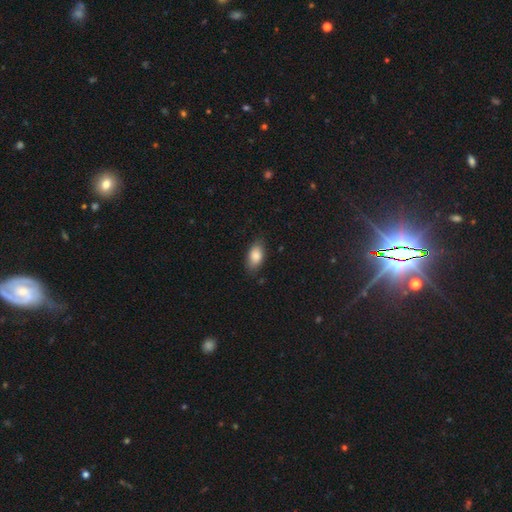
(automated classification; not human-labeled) Smooth or featured?
  - smooth: 85% *
  - featured or disk: 8%
  - star or artifact: 7%
How rounded?
  - in between: 91% *
  - round: 5%
  - cigar-shaped: 4%
Merging?
  - none: 81% *
  - minor disturbance: 15%
  - major disturbance: 3%
  - merger: 1%